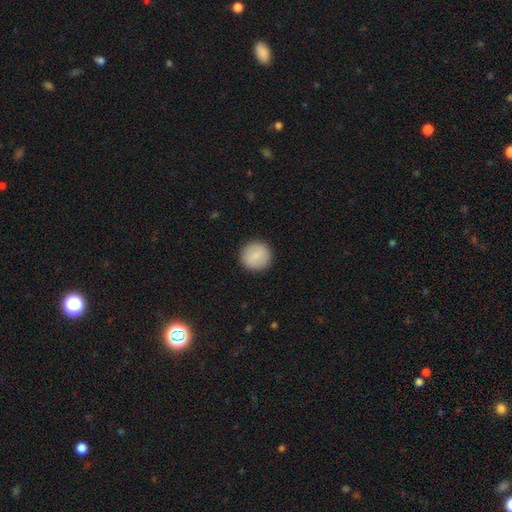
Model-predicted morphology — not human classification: Overall: smooth (86%). How rounded: round (94%). Merging: none (92%).